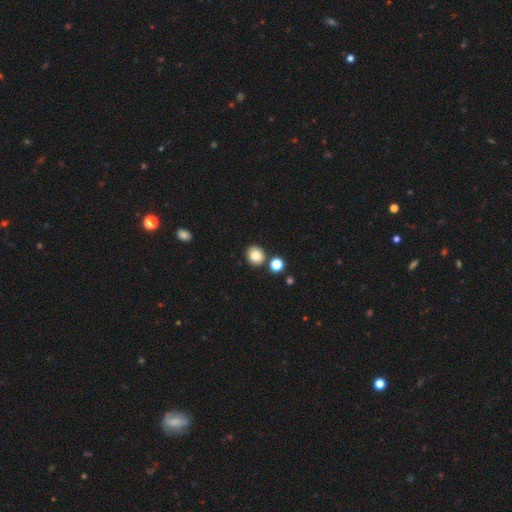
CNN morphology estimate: Smooth or featured?
  - smooth: 85% *
  - star or artifact: 10%
  - featured or disk: 5%
How rounded?
  - round: 81% *
  - in between: 18%
  - cigar-shaped: 1%
Merging?
  - none: 80% *
  - minor disturbance: 9%
  - merger: 9%
  - major disturbance: 3%